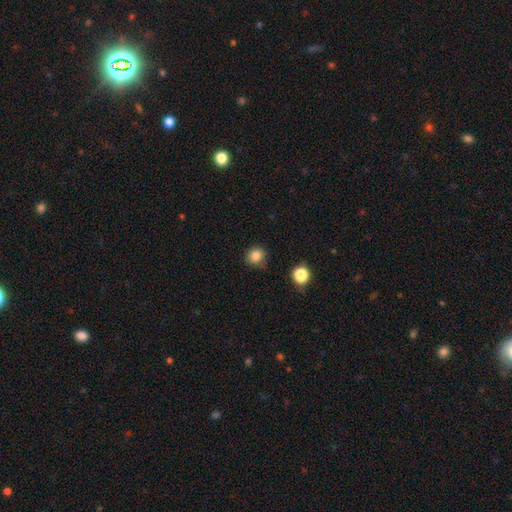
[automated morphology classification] Overall: smooth (83%). How rounded: round (85%). Merging: none (80%).